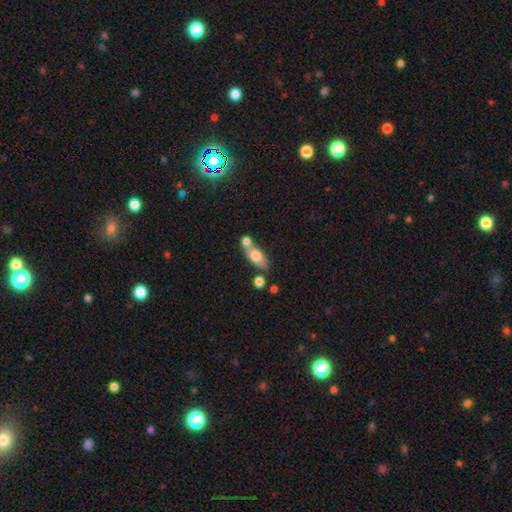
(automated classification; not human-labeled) Smooth or featured: smooth — 67% (featured or disk — 25%)
How rounded: in between — 74% (cigar-shaped — 19%)
Merging: none — 44% (merger — 38%)